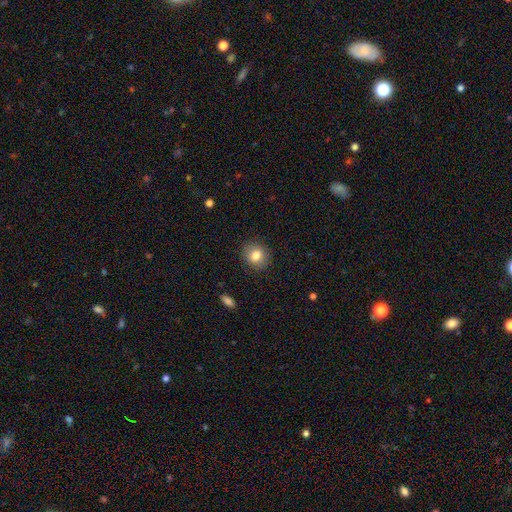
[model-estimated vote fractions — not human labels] A smooth galaxy with no disk features (81%) that is round (80%).

Vote fractions:
- Smooth or featured? smooth: 81% / star or artifact: 10% / featured or disk: 9%
- How rounded? round: 80% / in between: 19% / cigar-shaped: 1%
- Merging? none: 89% / minor disturbance: 8% / major disturbance: 2% / merger: 1%